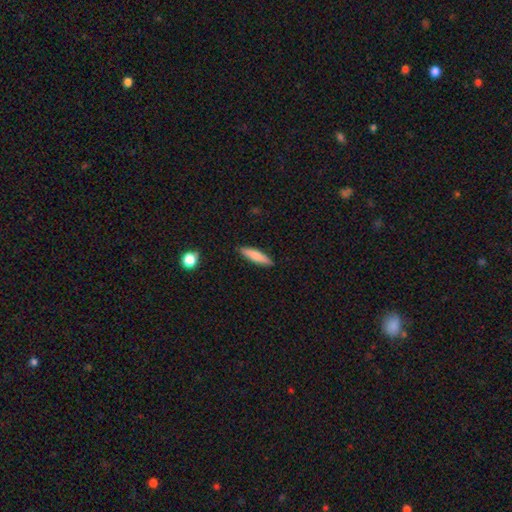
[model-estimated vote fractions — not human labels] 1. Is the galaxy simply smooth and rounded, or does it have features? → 80% smooth, 14% featured or disk, 6% star or artifact.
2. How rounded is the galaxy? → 76% cigar-shaped, 22% in between, 2% round.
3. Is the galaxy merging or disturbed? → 89% none, 8% minor disturbance, 2% major disturbance, 1% merger.